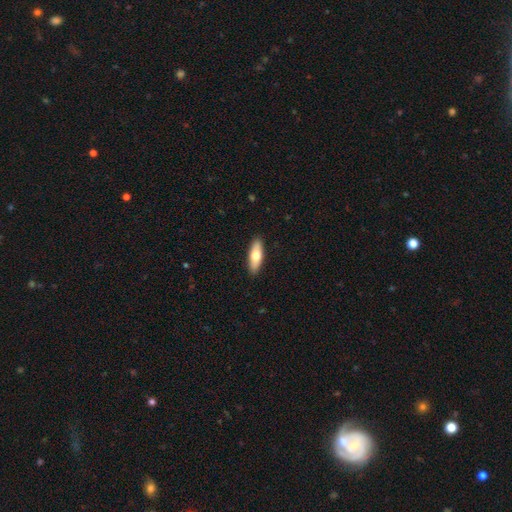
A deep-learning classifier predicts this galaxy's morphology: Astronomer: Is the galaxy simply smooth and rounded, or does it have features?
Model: smooth — 66%.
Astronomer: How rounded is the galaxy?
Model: in between — 61% (runner-up: cigar-shaped, 37%).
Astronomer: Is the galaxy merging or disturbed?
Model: none — 91%.